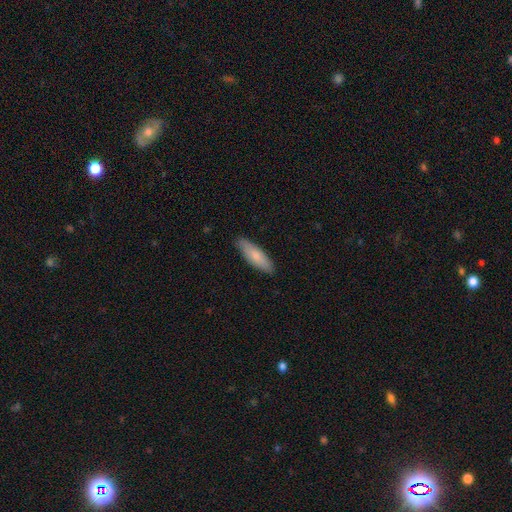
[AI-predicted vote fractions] smooth 80%, featured or disk 15%, star or artifact 5%. Down the decision tree: how rounded — cigar-shaped (52%); merging — none (87%).